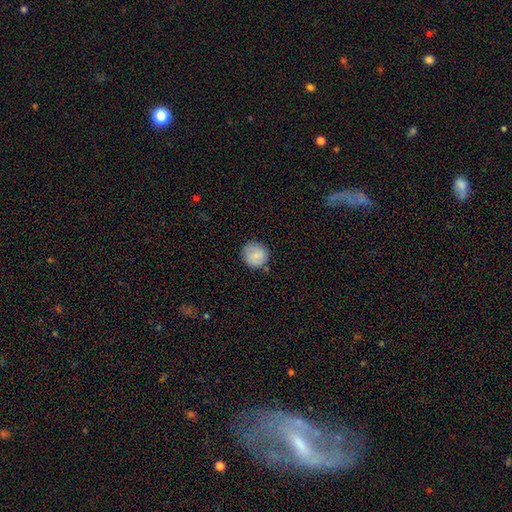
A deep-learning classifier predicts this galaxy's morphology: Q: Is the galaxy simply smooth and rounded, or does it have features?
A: smooth — 81%.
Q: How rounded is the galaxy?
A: round — 91%.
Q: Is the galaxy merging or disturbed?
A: none — 78%.